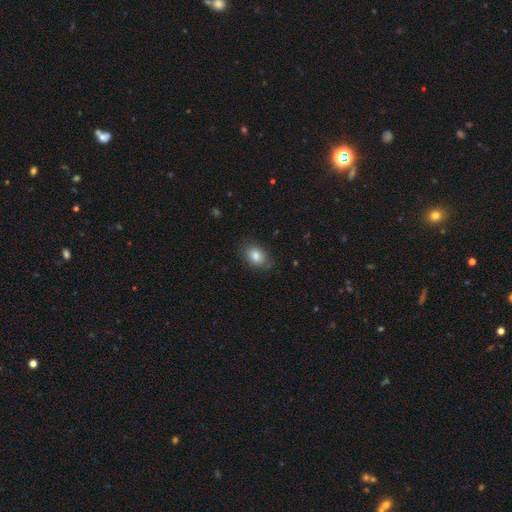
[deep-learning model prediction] Smooth or featured? smooth (83%)
How rounded? in between (77%)
Merging? none (79%)